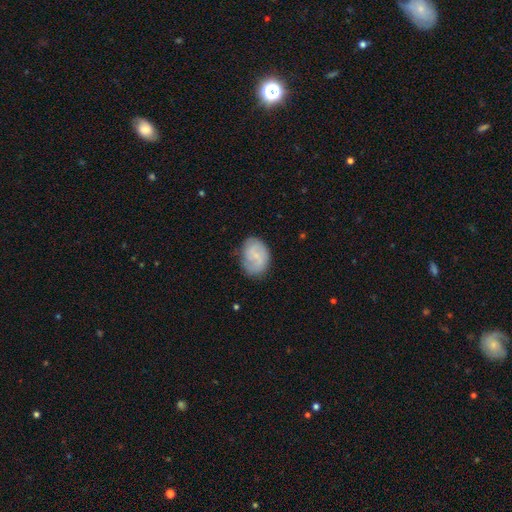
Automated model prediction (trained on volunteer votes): smooth_or_featured: smooth (p=0.46) [tied with: featured or disk p=0.46]
merging: none (p=0.68) [alt: minor disturbance p=0.23]